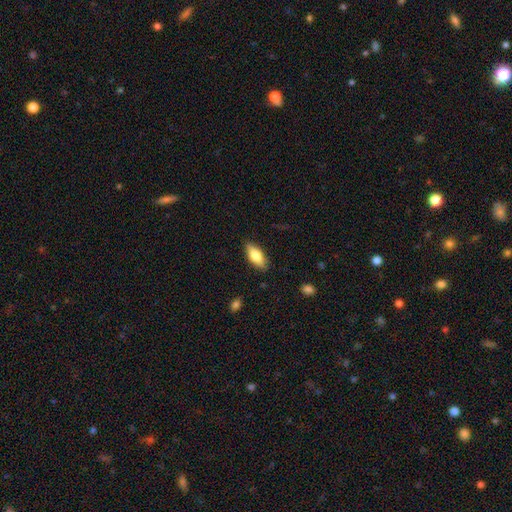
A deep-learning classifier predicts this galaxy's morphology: Q: Smooth or featured?
A: smooth (71%); runner-up: featured or disk (23%)
Q: How rounded?
A: in between (77%); runner-up: cigar-shaped (20%)
Q: Merging?
A: none (86%); runner-up: minor disturbance (11%)